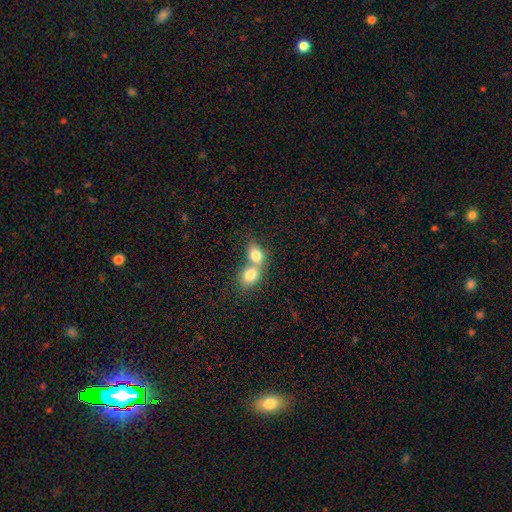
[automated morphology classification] smooth 79%, featured or disk 13%, star or artifact 8%. Down the decision tree: how rounded — in between (56%); merging — merger (72%).